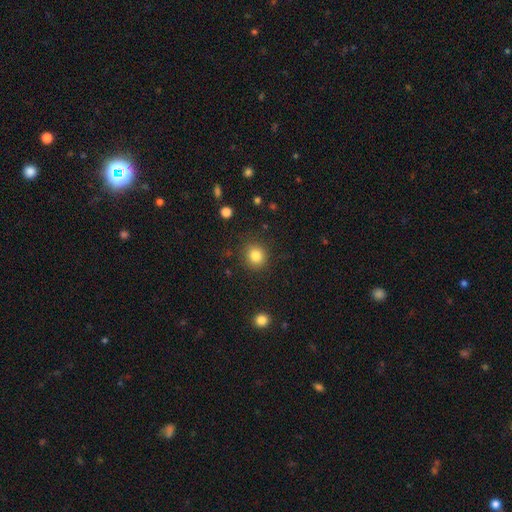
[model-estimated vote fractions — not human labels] A smooth galaxy with no disk features (83%) that is round (87%). Merging: none (88%).